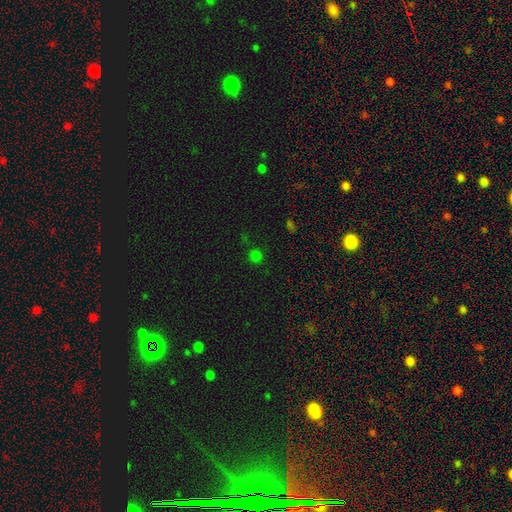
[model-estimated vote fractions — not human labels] Overall: smooth (66%; star or artifact 30%). How rounded: round (91%). Merging: none (84%).